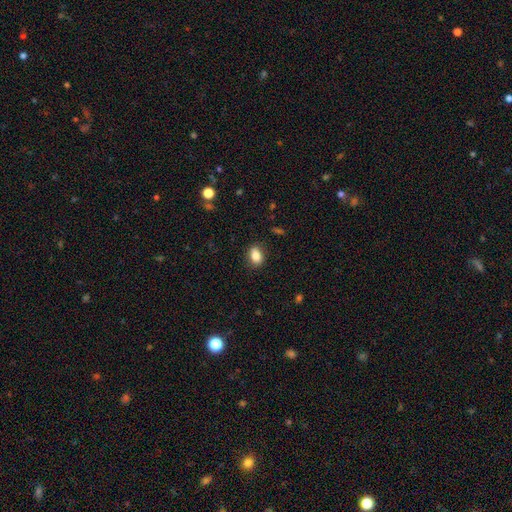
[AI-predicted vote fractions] Smooth or featured: smooth — 84% (star or artifact — 9%)
How rounded: in between — 77% (round — 21%)
Merging: none — 83% (minor disturbance — 13%)